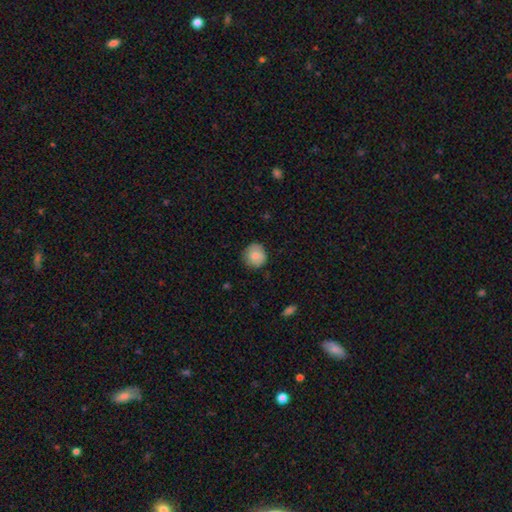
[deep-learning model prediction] This appears to be a smooth galaxy with no disk features (85%) that is round (90%). Merging: none (83%).